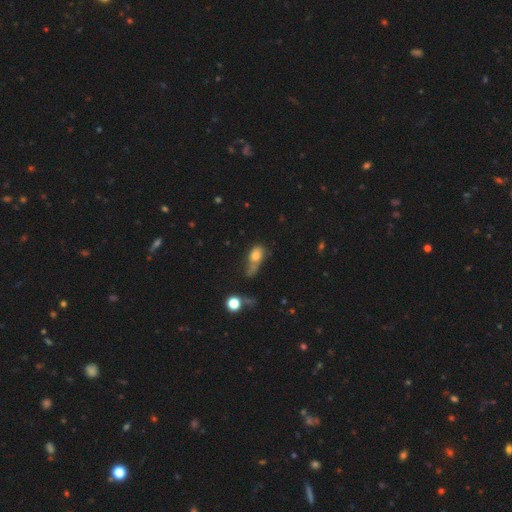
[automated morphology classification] smooth-or-featured: smooth: 70% | featured or disk: 19% | star or artifact: 12%
  how-rounded: in between: 71% | round: 22% | cigar-shaped: 7%
  merging: major disturbance: 31% | none: 25% | merger: 23% | minor disturbance: 21%